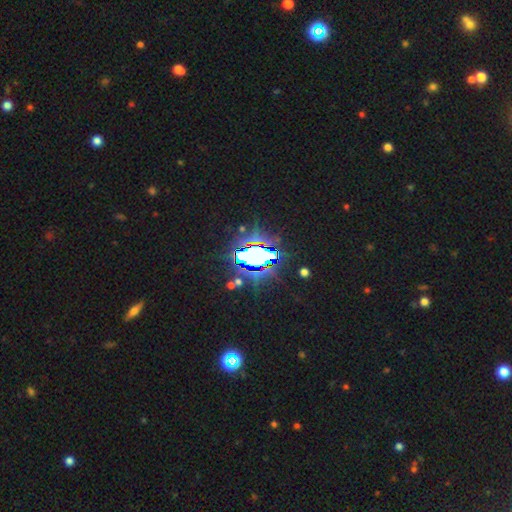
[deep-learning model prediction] This appears to be a star or artifact, not a galaxy (71%).